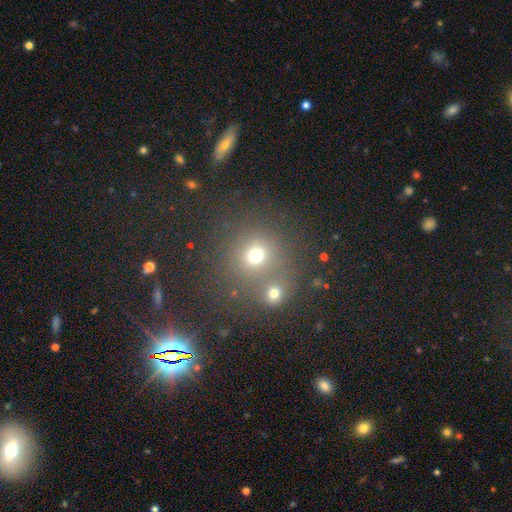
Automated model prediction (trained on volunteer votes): A smooth galaxy with no disk features (70%) that is round (86%). Merging: none (54%).